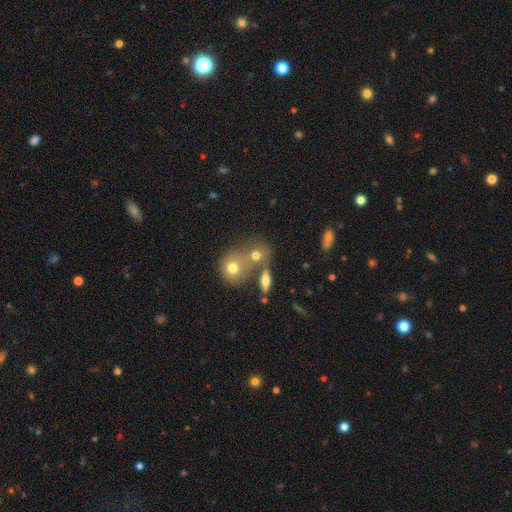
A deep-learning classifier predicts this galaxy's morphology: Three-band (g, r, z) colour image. It shows a smooth galaxy with no disk features (70%) that is round (67%). Merging: merger (48%).